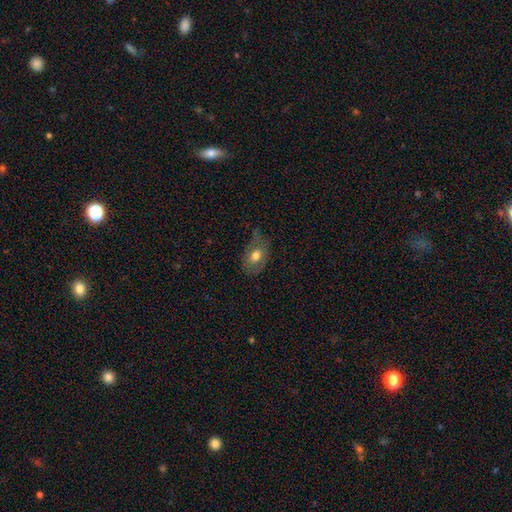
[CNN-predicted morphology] smooth-or-featured: smooth: 71% | featured or disk: 21% | star or artifact: 8%
  how-rounded: in between: 80% | round: 19% | cigar-shaped: 2%
  merging: none: 54% | minor disturbance: 31% | major disturbance: 12% | merger: 3%